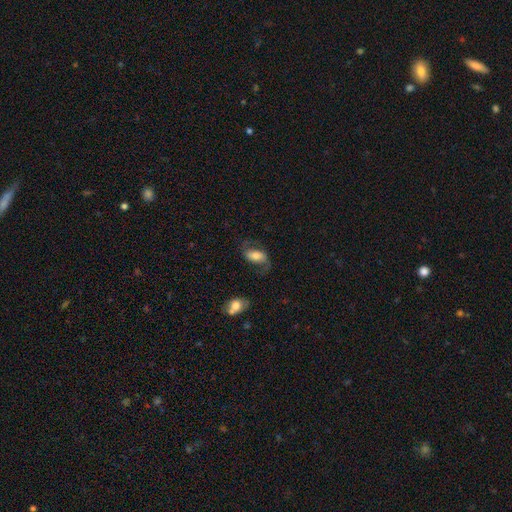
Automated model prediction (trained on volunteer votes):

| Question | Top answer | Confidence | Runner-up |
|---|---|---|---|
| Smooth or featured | featured or disk | 48% | smooth (44%) |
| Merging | none | 62% | minor disturbance (19%) |